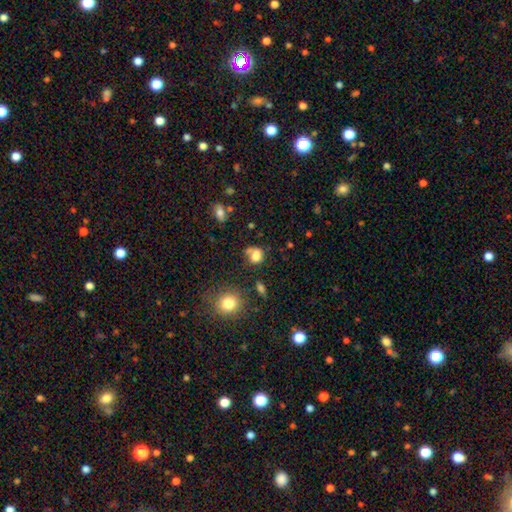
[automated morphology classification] Smooth or featured? smooth (71%)
How rounded? round (50%)
Merging? none (37%)